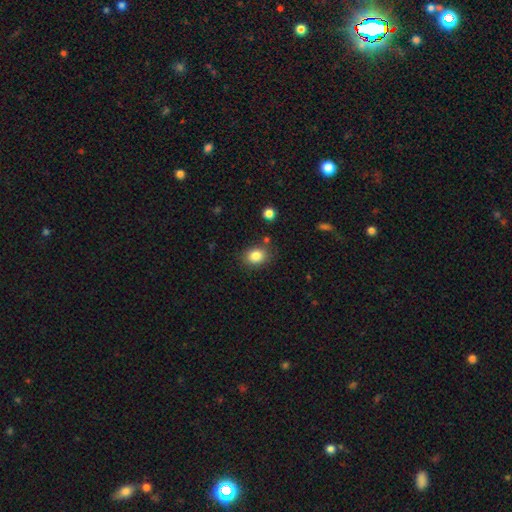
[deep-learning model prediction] This is clearly a smooth galaxy (85%). How rounded: possibly in between (55%). Merging: clearly none (80%).